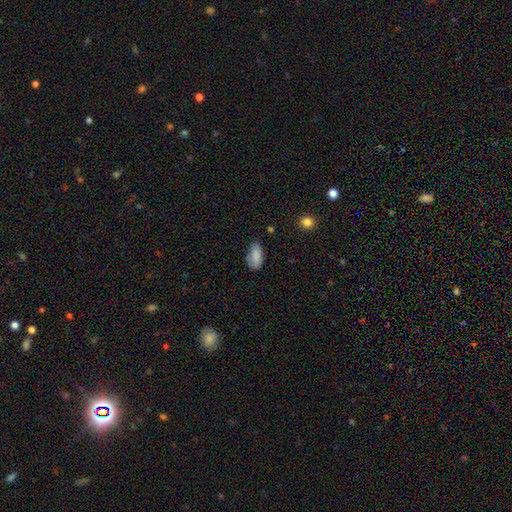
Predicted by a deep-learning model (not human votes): Smooth or featured: smooth — 86% (star or artifact — 8%)
How rounded: in between — 92% (cigar-shaped — 5%)
Merging: none — 69% (minor disturbance — 25%)